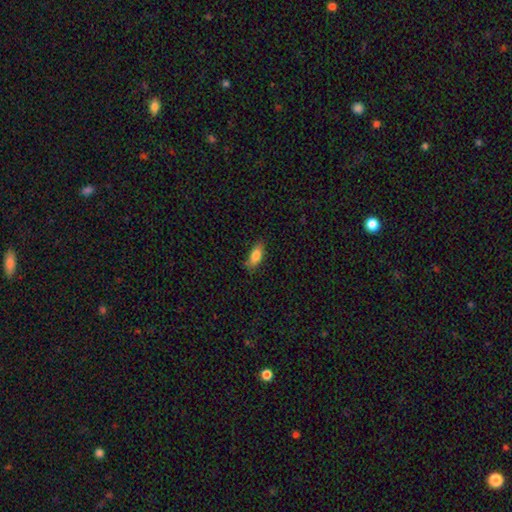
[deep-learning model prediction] smooth 84%, featured or disk 9%, star or artifact 7%. Down the decision tree: how rounded — in between (81%); merging — none (79%).